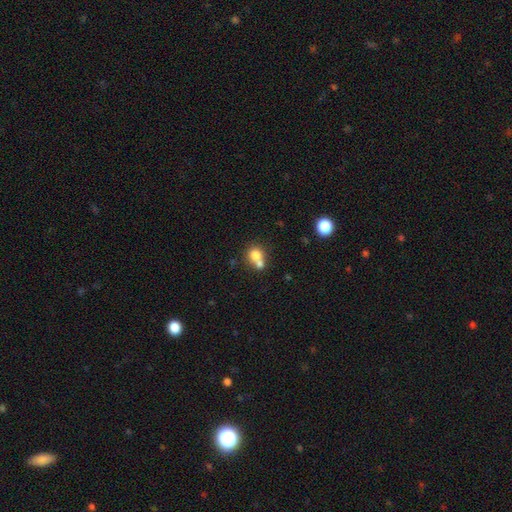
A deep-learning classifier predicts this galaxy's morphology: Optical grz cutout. It shows a smooth galaxy with no disk features (76%) that is round (79%). Merging: merger (54%).